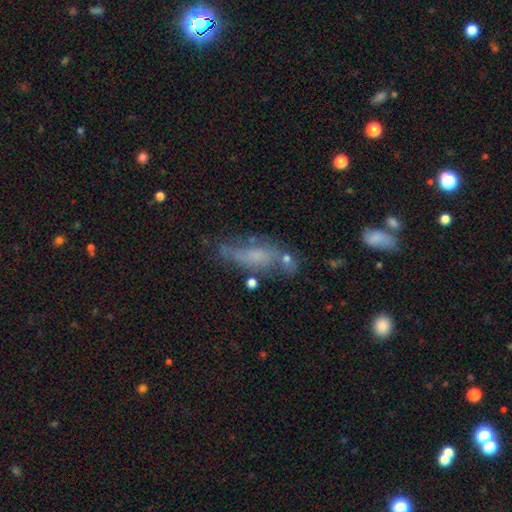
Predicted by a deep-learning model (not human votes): Smooth or featured? smooth (48%)
Merging? none (47%)